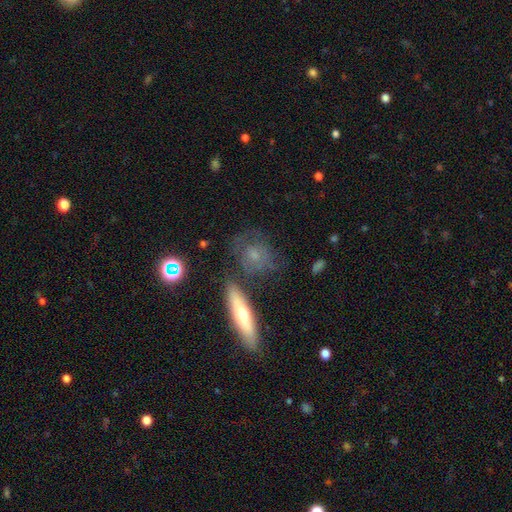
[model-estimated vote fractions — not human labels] This appears to be a smooth galaxy with no disk features (48%). Merging: none (64%).